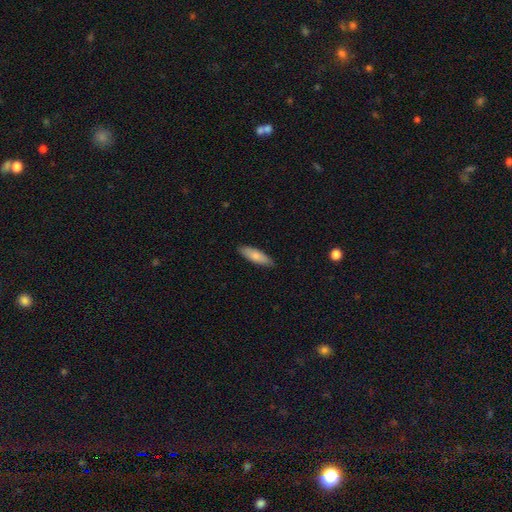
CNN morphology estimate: smooth 79%, featured or disk 16%, star or artifact 5%. Down the decision tree: how rounded — in between (52%); merging — none (87%).